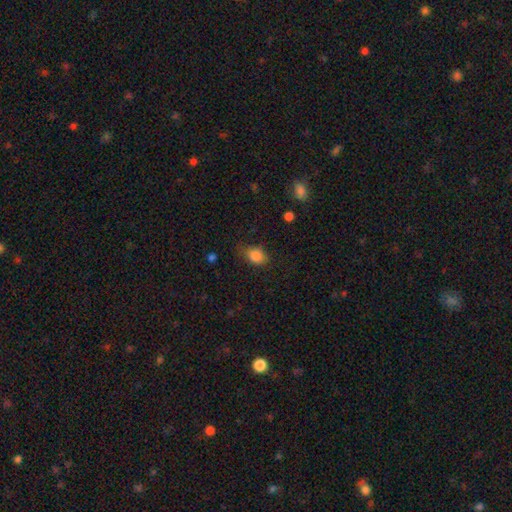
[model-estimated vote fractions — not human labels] Smooth or featured?
  - smooth: 85% *
  - star or artifact: 10%
  - featured or disk: 5%
How rounded?
  - in between: 59% *
  - round: 39%
  - cigar-shaped: 1%
Merging?
  - none: 63% *
  - minor disturbance: 28%
  - major disturbance: 8%
  - merger: 2%